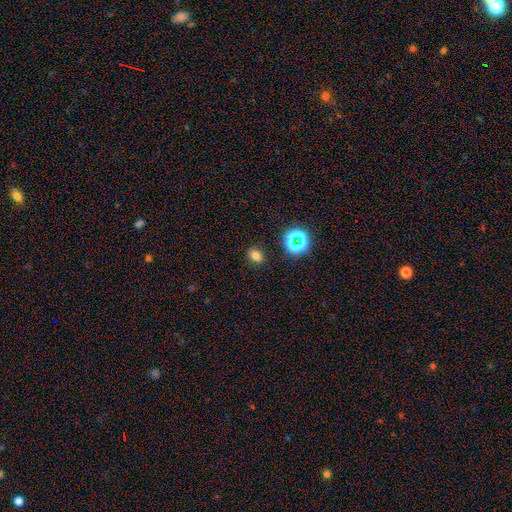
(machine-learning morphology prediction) A smooth galaxy with no disk features (73%) that is in between round and cigar-shaped (64%).

Vote fractions:
- Smooth or featured? smooth: 73% / star or artifact: 20% / featured or disk: 7%
- How rounded? in between: 64% / round: 34% / cigar-shaped: 2%
- Merging? none: 87% / minor disturbance: 9% / major disturbance: 3% / merger: 2%